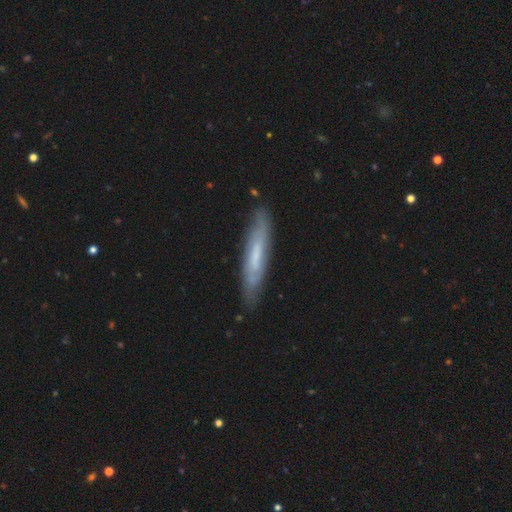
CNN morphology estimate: featured or disk 50%, smooth 44%, star or artifact 6%. Down the decision tree: edge-on disk — yes (62%); merging — none (80%).